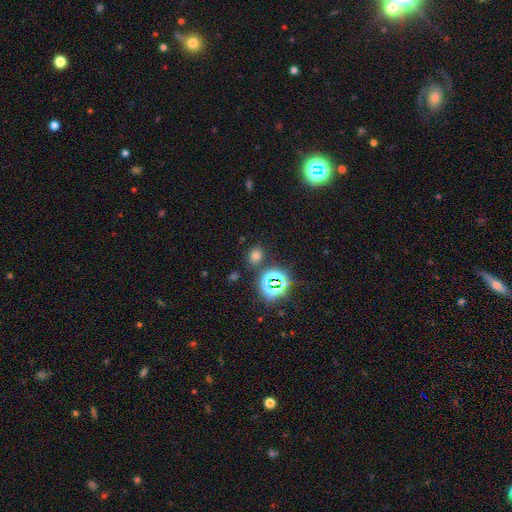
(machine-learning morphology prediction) This is likely a smooth galaxy (63%). How rounded: possibly round (58%). Merging: clearly none (81%).